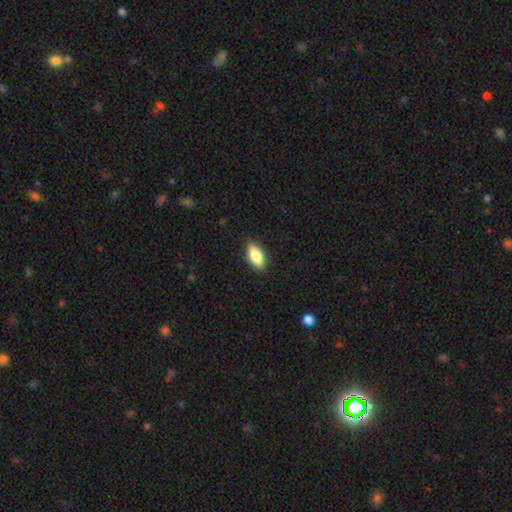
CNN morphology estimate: This appears to be a smooth galaxy with no disk features (80%) that is in between round and cigar-shaped (87%). Merging: none (89%).